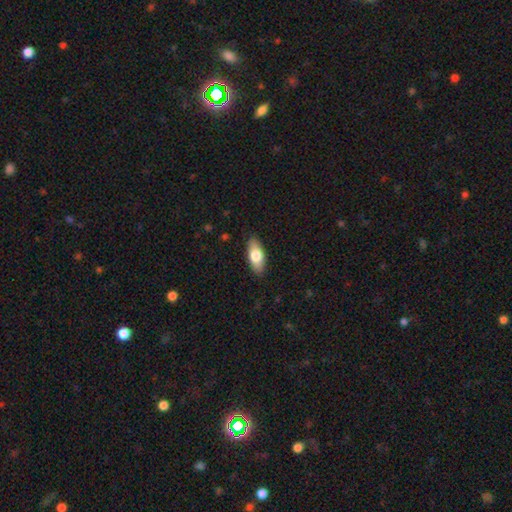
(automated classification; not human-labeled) The model was most divided on "smooth or featured": smooth: 75%, featured or disk: 19%, star or artifact: 6%. More confident: merging — none (88%); how rounded — in between (85%).